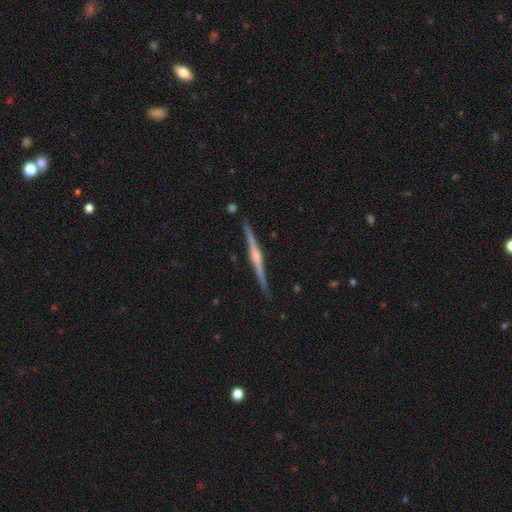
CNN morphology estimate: A featured or disk galaxy (81%) viewed edge-on (98%) with a rounded central bulge (76%).

Vote fractions:
- Smooth or featured? featured or disk: 81% / smooth: 12% / star or artifact: 7%
- Edge-on disk? yes: 98% / no: 2%
- Edge-on bulge? rounded: 76% / none: 15% / boxy: 9%
- Merging? none: 89% / minor disturbance: 7% / major disturbance: 2% / merger: 2%